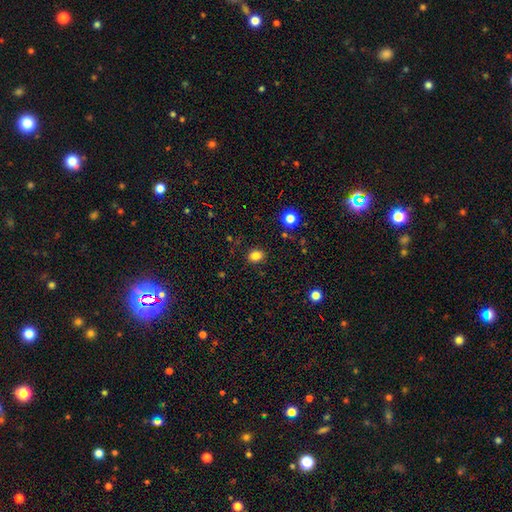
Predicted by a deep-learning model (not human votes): A smooth galaxy with no disk features (82%) that is round (57%). Merging: none (88%).